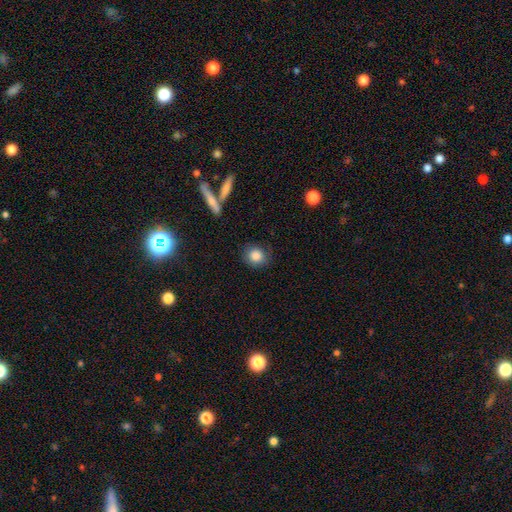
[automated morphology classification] Smooth or featured?
  - smooth: 85% *
  - star or artifact: 8%
  - featured or disk: 7%
How rounded?
  - round: 78% *
  - in between: 21%
  - cigar-shaped: 1%
Merging?
  - none: 82% *
  - minor disturbance: 13%
  - major disturbance: 3%
  - merger: 2%